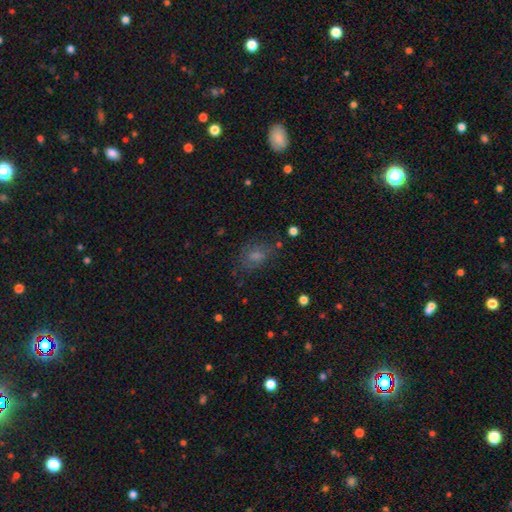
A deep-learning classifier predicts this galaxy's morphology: Smooth or featured? smooth (61%)
How rounded? in between (72%)
Merging? none (63%)